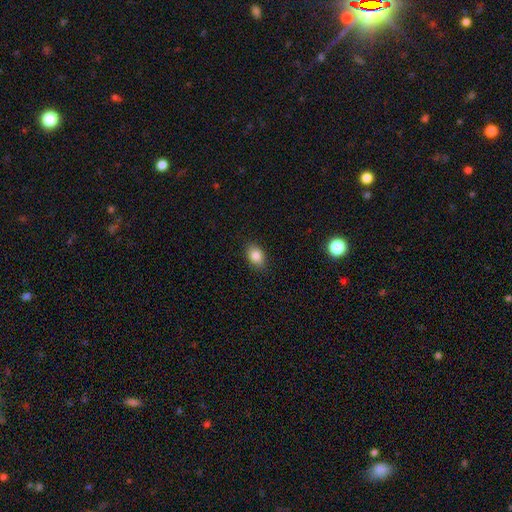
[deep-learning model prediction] smooth 85%, star or artifact 9%, featured or disk 6%. Down the decision tree: how rounded — in between (79%); merging — none (87%).